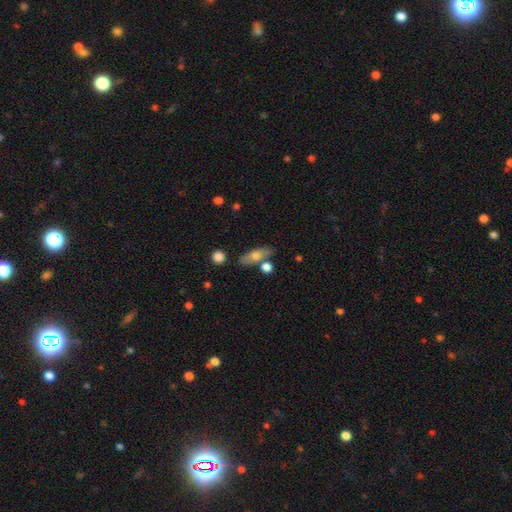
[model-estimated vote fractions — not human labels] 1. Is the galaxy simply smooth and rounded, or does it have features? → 62% smooth, 30% featured or disk, 7% star or artifact.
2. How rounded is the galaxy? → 65% in between, 28% cigar-shaped, 7% round.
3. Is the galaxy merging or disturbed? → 71% none, 14% minor disturbance, 11% merger, 4% major disturbance.